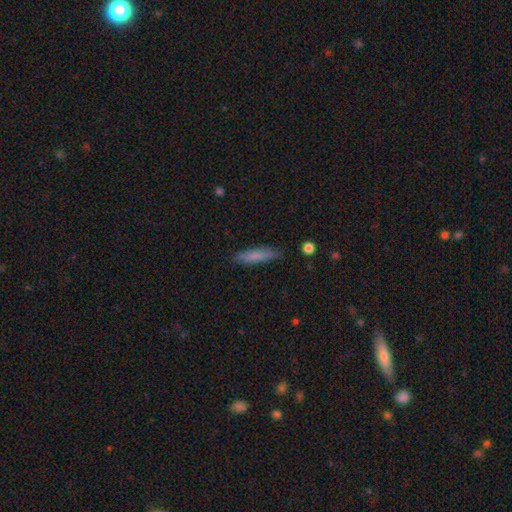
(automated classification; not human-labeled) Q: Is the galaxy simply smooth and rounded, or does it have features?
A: smooth — 78%.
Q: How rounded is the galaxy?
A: cigar-shaped — 82%.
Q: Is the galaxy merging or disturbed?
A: none — 85%.